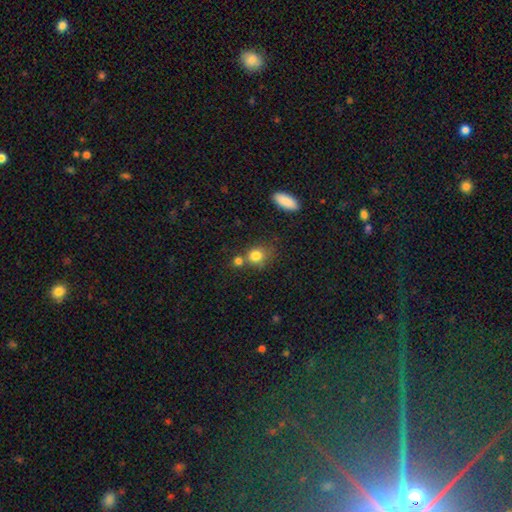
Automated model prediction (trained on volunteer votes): Smooth or featured?
  - smooth: 81% *
  - star or artifact: 11%
  - featured or disk: 8%
How rounded?
  - round: 68% *
  - in between: 31%
  - cigar-shaped: 1%
Merging?
  - none: 51% *
  - merger: 29%
  - minor disturbance: 14%
  - major disturbance: 6%